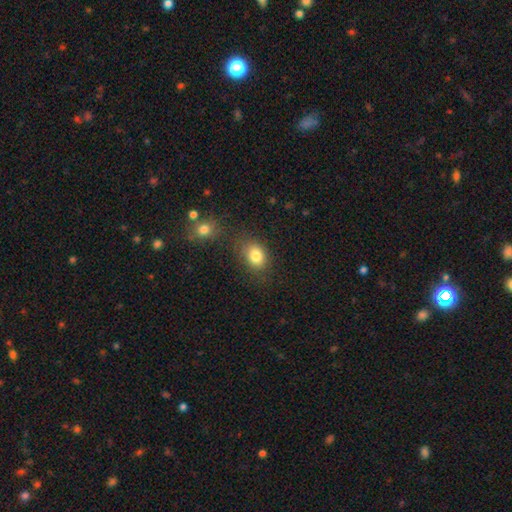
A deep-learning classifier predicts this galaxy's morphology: Smooth or featured? smooth (82%)
How rounded? in between (63%)
Merging? none (68%)